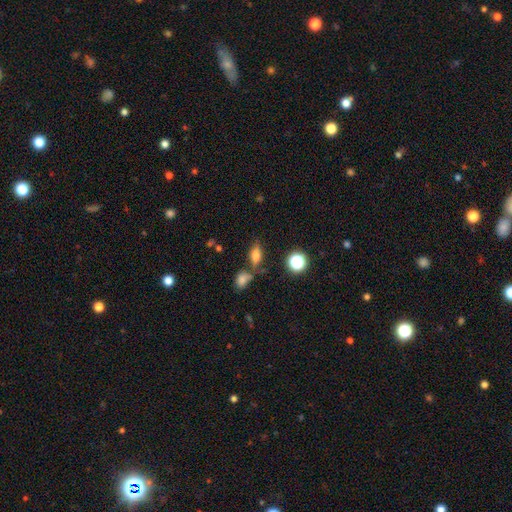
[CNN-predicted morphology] A smooth galaxy with no disk features (72%) that is in between round and cigar-shaped (77%).

Vote fractions:
- Smooth or featured? smooth: 72% / star or artifact: 15% / featured or disk: 13%
- How rounded? in between: 77% / cigar-shaped: 13% / round: 11%
- Merging? none: 62% / merger: 18% / minor disturbance: 15% / major disturbance: 6%